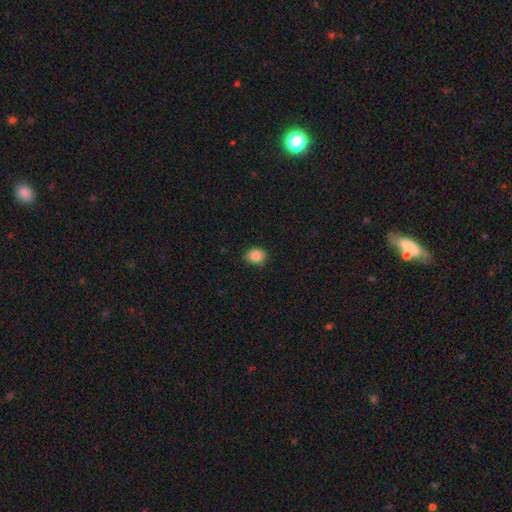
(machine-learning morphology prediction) Smooth or featured: smooth — 86% (star or artifact — 9%)
How rounded: round — 61% (in between — 38%)
Merging: none — 85% (minor disturbance — 12%)